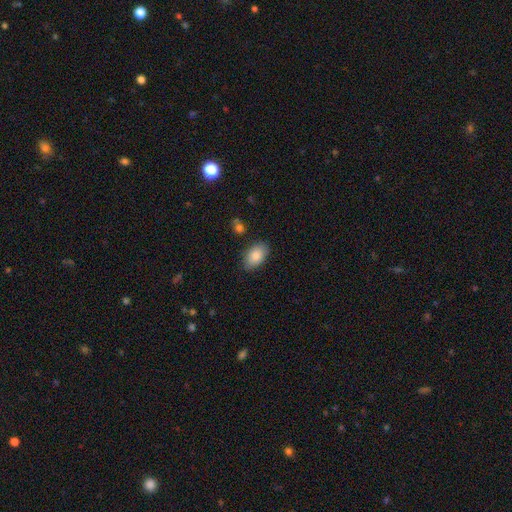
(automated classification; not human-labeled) smooth_or_featured: smooth (p=0.85) [alt: featured or disk p=0.08]
how_rounded: in between (p=0.91) [alt: round p=0.07]
merging: none (p=0.82) [alt: minor disturbance p=0.13]